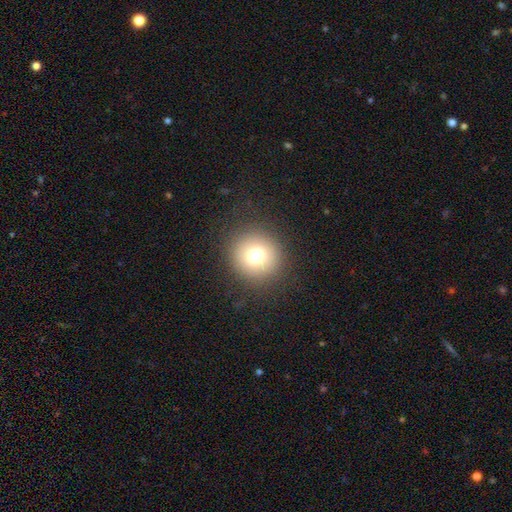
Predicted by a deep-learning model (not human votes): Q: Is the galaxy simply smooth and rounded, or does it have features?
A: smooth — 74%.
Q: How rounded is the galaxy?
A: round — 91%.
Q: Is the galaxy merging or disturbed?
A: none — 87%.